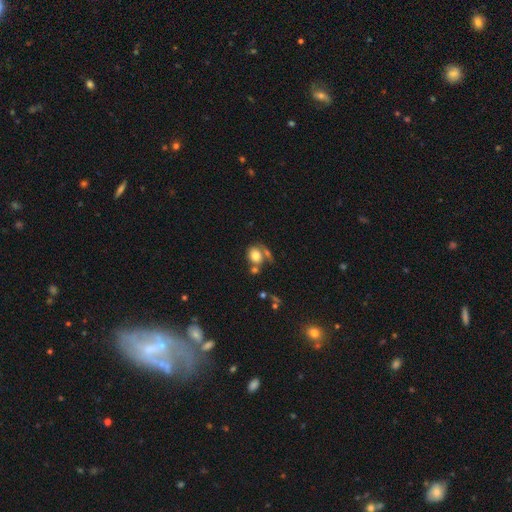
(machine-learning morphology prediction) type=smooth (76%); roundness=round (49%, tied with in between); merging=none (43%).